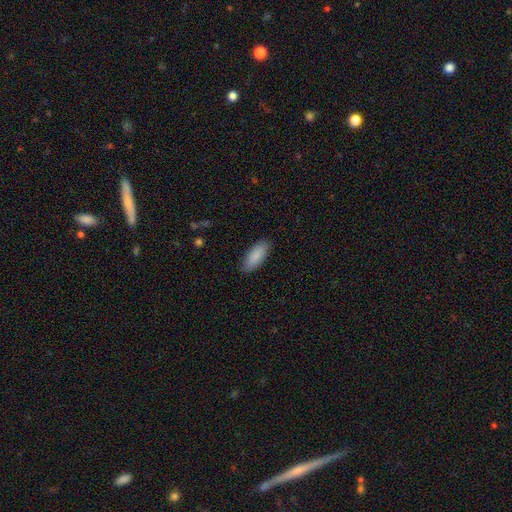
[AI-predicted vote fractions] This is clearly a smooth galaxy (88%). How rounded: likely in between (74%). Merging: clearly none (87%).